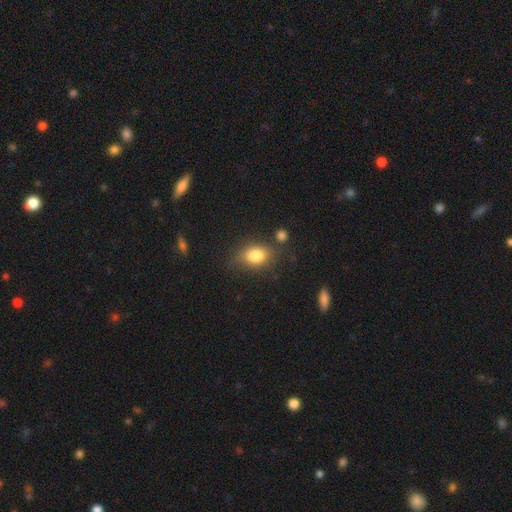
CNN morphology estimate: type=smooth (81%); roundness=in between (73%); merging=none (70%).